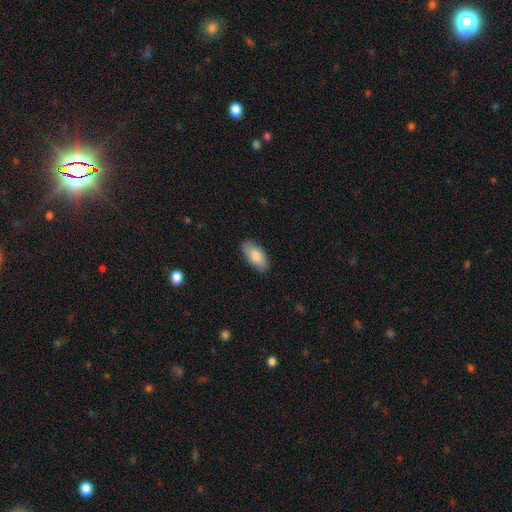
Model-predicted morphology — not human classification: Q: Smooth or featured?
A: smooth (80%); runner-up: featured or disk (14%)
Q: How rounded?
A: in between (91%); runner-up: cigar-shaped (6%)
Q: Merging?
A: none (87%); runner-up: minor disturbance (10%)